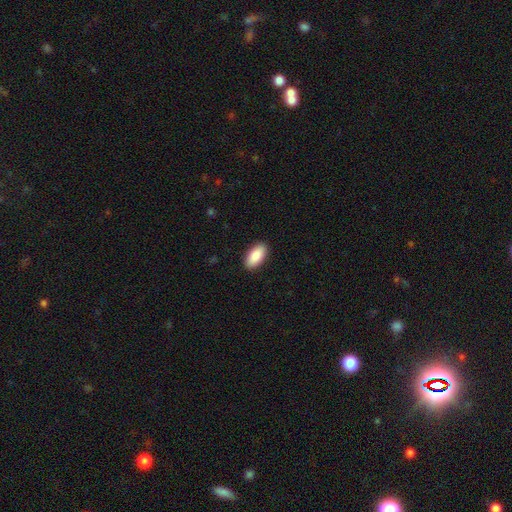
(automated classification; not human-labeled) Smooth or featured? Predicted: smooth (p=0.89). How rounded? Predicted: in between (p=0.93). Merging? Predicted: none (p=0.90).